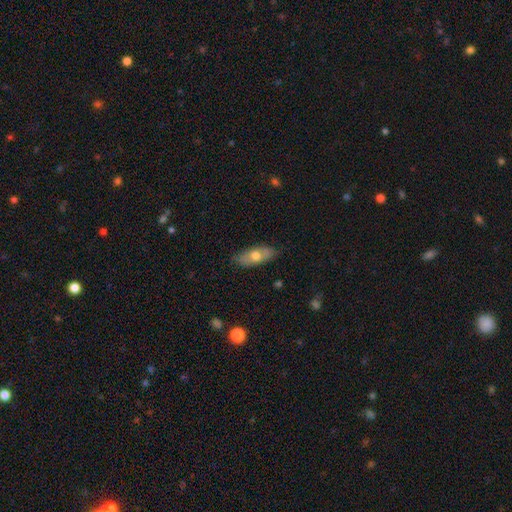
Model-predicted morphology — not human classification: smooth 59%, featured or disk 34%, star or artifact 6%. Down the decision tree: how rounded — in between (75%); merging — none (82%).